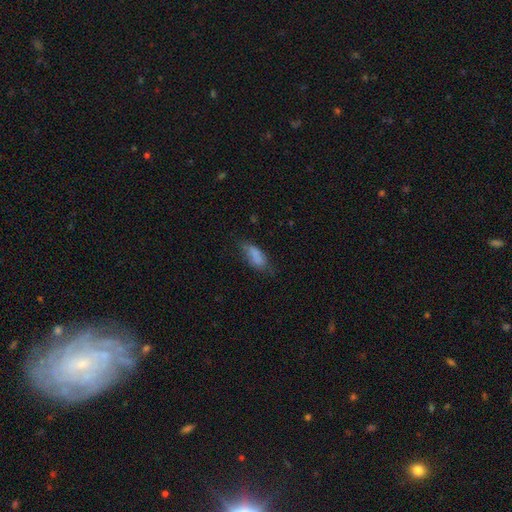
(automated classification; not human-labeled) This appears to be a smooth galaxy with no disk features (79%) that is in between round and cigar-shaped (83%). Merging: none (48%).